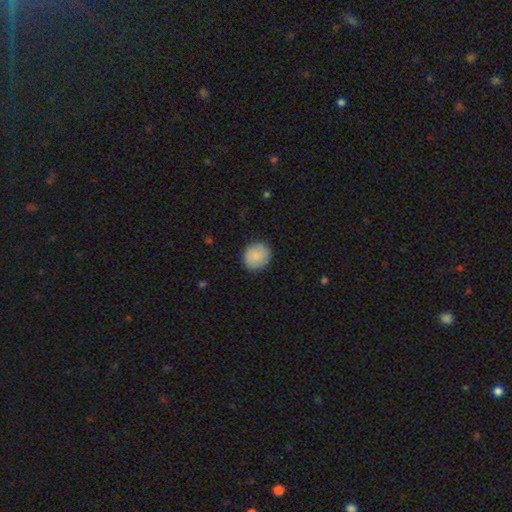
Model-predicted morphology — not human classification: The model was most divided on "how rounded": round: 78%, in between: 21%, cigar-shaped: 1%. More confident: smooth or featured — smooth (87%); merging — none (87%).